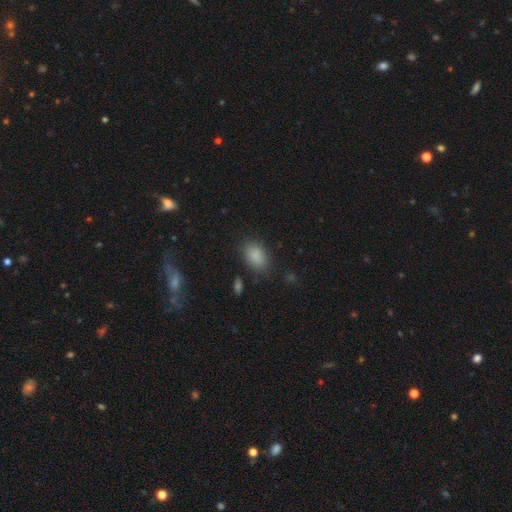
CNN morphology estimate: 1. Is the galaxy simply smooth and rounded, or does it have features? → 86% smooth, 9% star or artifact, 5% featured or disk.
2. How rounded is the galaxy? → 83% in between, 16% round, 1% cigar-shaped.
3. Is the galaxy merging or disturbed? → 81% none, 13% minor disturbance, 4% major disturbance, 2% merger.